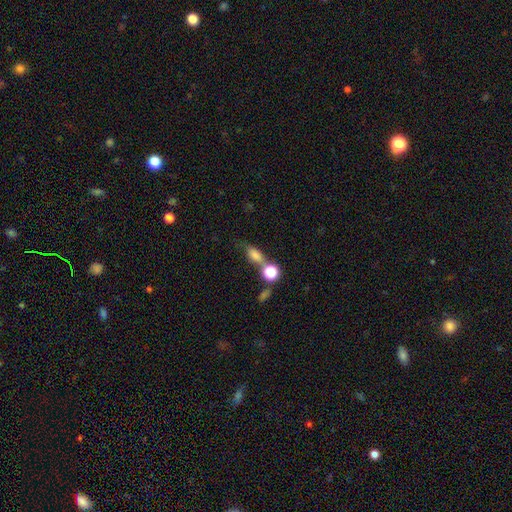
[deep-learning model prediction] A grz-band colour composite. It shows a smooth galaxy with no disk features (71%) that is in between round and cigar-shaped (63%). Merging: none (39%).